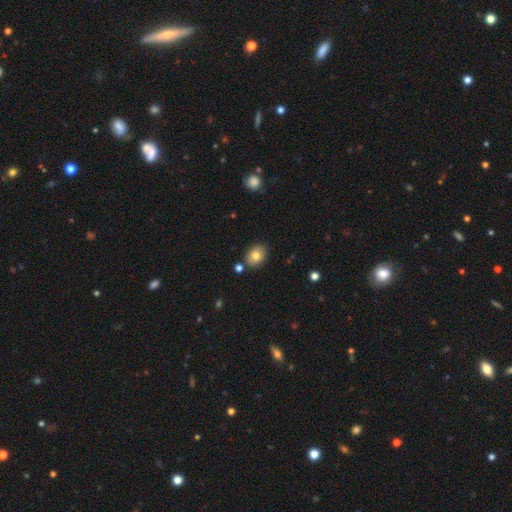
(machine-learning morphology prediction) This is likely a smooth galaxy (79%). How rounded: likely in between (60%). Merging: clearly none (82%).